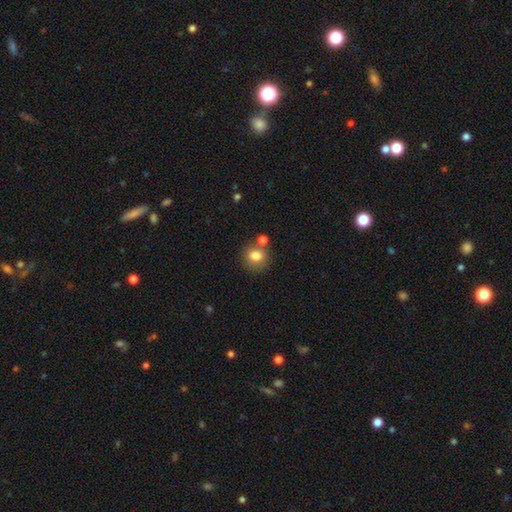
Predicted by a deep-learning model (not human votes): Overall: smooth (81%). How rounded: round (80%). Merging: none (68%).